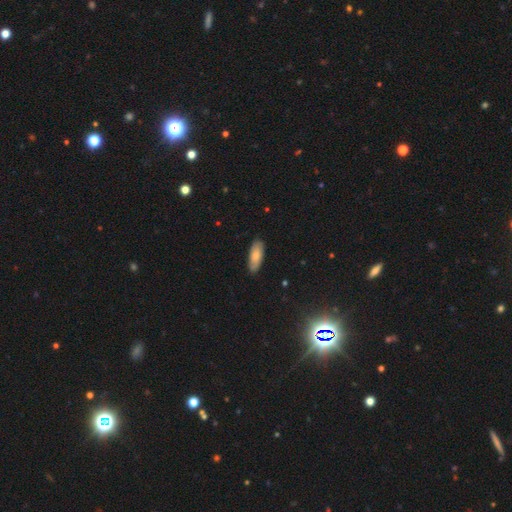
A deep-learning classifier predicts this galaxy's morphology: smooth 75%, featured or disk 19%, star or artifact 6%. Down the decision tree: how rounded — in between (76%); merging — none (86%).